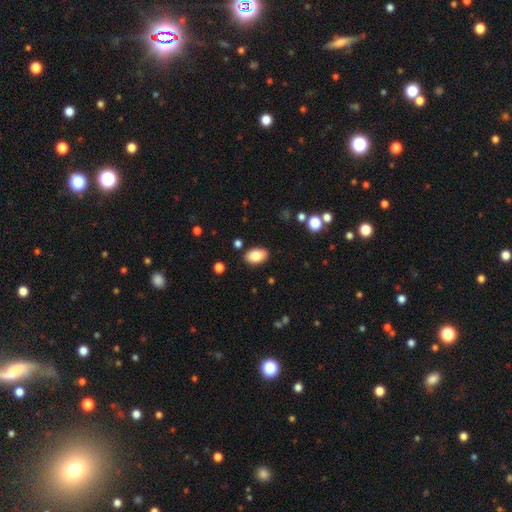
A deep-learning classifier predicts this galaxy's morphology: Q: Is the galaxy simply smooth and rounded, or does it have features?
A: smooth — 83%.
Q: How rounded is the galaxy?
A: in between — 91%.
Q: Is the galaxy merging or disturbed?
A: none — 86%.